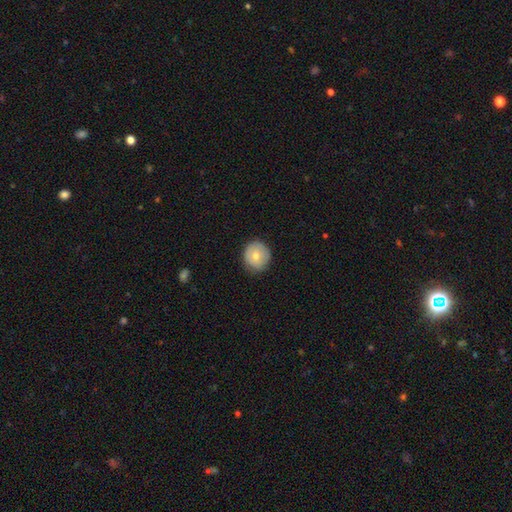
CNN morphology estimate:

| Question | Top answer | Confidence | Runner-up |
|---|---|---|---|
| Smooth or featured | smooth | 73% | featured or disk (20%) |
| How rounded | round | 88% | in between (11%) |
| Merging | none | 83% | minor disturbance (14%) |